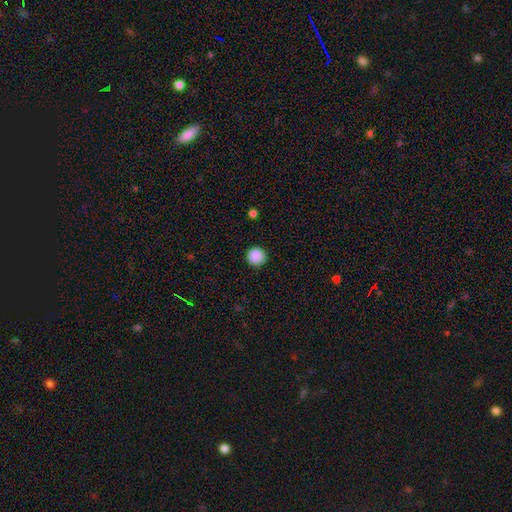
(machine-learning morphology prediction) A smooth galaxy with no disk features (89%) that is round (96%). Merging: none (92%).